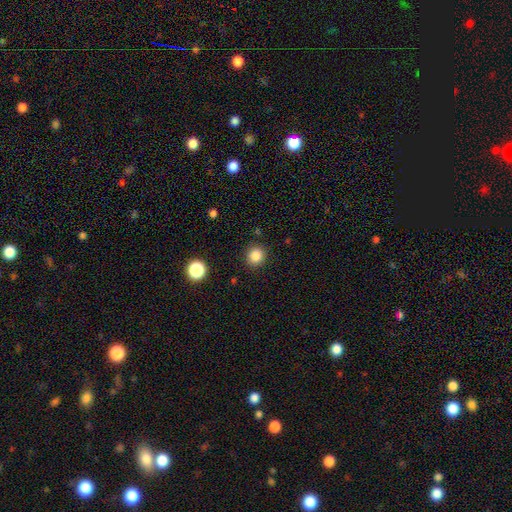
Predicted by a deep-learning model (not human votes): Smooth or featured?
  - smooth: 84% *
  - star or artifact: 12%
  - featured or disk: 4%
How rounded?
  - round: 86% *
  - in between: 13%
  - cigar-shaped: 1%
Merging?
  - none: 89% *
  - minor disturbance: 7%
  - major disturbance: 2%
  - merger: 1%